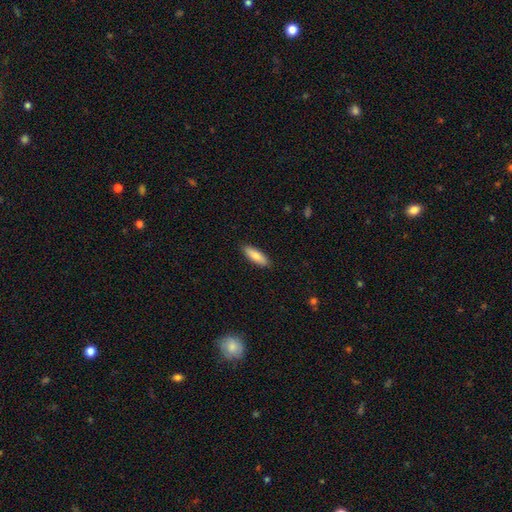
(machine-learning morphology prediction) A smooth galaxy with no disk features (84%) that is in between round and cigar-shaped (55%). Merging: none (90%).